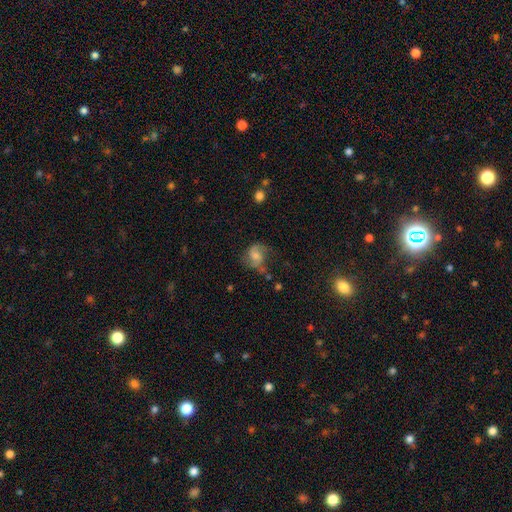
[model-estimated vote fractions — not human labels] A featured or disk galaxy (49%). Merging: none (46%).